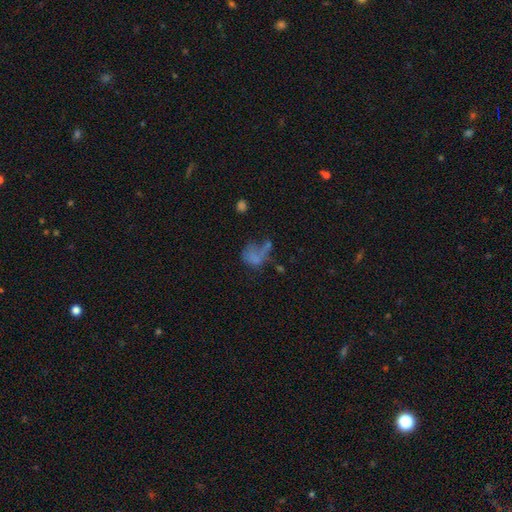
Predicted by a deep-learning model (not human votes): Q: Smooth or featured?
A: smooth (53%); runner-up: featured or disk (28%)
Q: How rounded?
A: in between (66%); runner-up: round (31%)
Q: Merging?
A: major disturbance (39%); runner-up: none (25%)